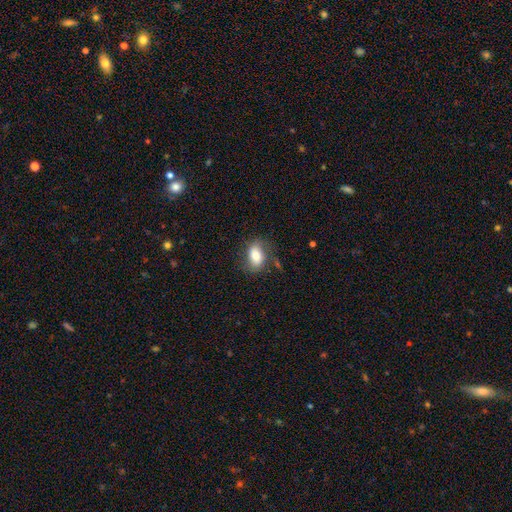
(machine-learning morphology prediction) Smooth or featured? smooth (76%)
How rounded? in between (86%)
Merging? none (69%)